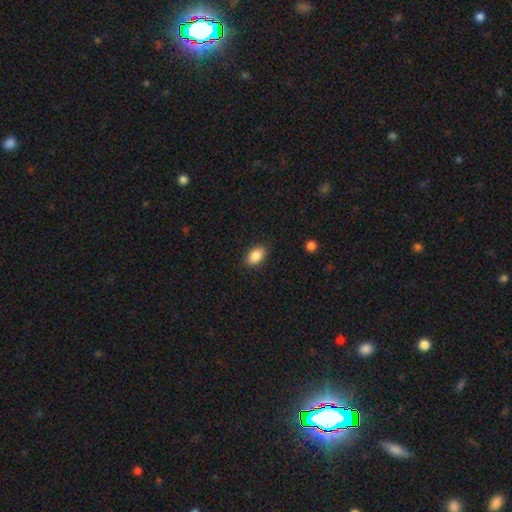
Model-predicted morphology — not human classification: A smooth galaxy with no disk features (88%) that is in between round and cigar-shaped (90%). Merging: none (88%).